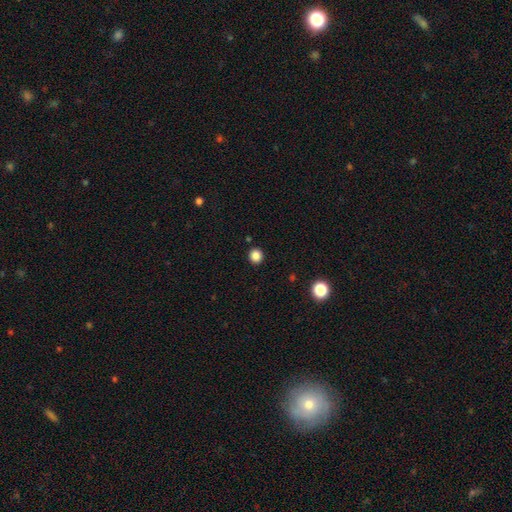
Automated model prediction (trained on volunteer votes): This is clearly a smooth galaxy (86%). How rounded: clearly round (90%). Merging: clearly none (92%).